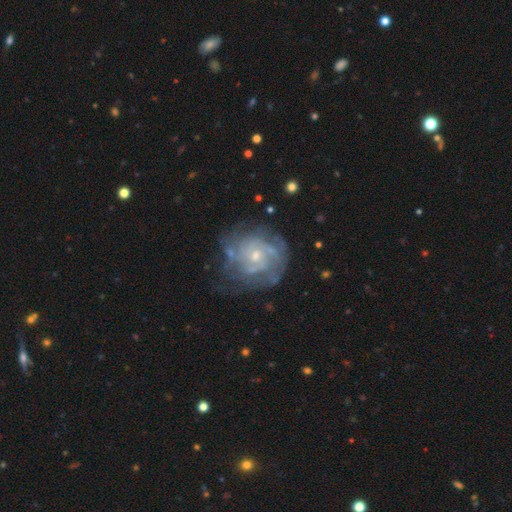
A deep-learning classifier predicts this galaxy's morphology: Smooth or featured?
  - featured or disk: 84% *
  - smooth: 10%
  - star or artifact: 6%
Edge-on disk?
  - no: 98% *
  - yes: 2%
Bar?
  - no: 73% *
  - weak: 23%
  - strong: 4%
Spiral arms?
  - yes: 89% *
  - no: 11%
Spiral winding?
  - tight: 65% *
  - medium: 28%
  - loose: 7%
Spiral arm count?
  - can't tell: 41% *
  - 2: 23%
  - 3: 17%
  - 4: 9%
  - more than 4: 5%
  - 1: 5%
Bulge size?
  - small: 58% *
  - moderate: 38%
  - none: 2%
  - large: 2%
  - dominant: 1%
Merging?
  - none: 67% *
  - minor disturbance: 20%
  - major disturbance: 11%
  - merger: 2%